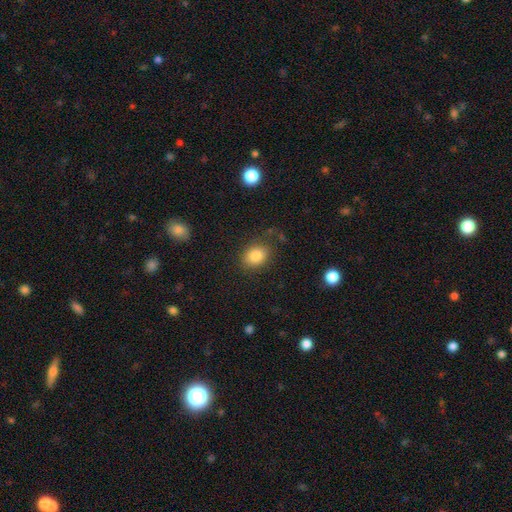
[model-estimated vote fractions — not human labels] Smooth or featured?
  - smooth: 84% *
  - star or artifact: 10%
  - featured or disk: 6%
How rounded?
  - in between: 54% *
  - round: 45%
  - cigar-shaped: 1%
Merging?
  - none: 80% *
  - minor disturbance: 13%
  - major disturbance: 5%
  - merger: 2%